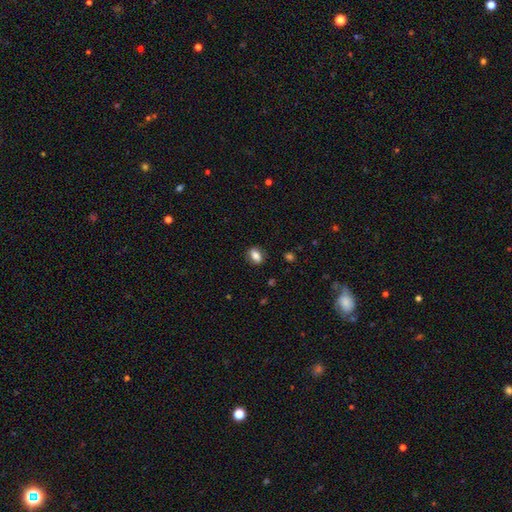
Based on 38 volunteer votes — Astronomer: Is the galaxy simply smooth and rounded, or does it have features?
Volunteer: smooth — 84%.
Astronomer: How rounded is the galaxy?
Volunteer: in between — 91%.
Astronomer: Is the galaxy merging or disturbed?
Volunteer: none — 84%.